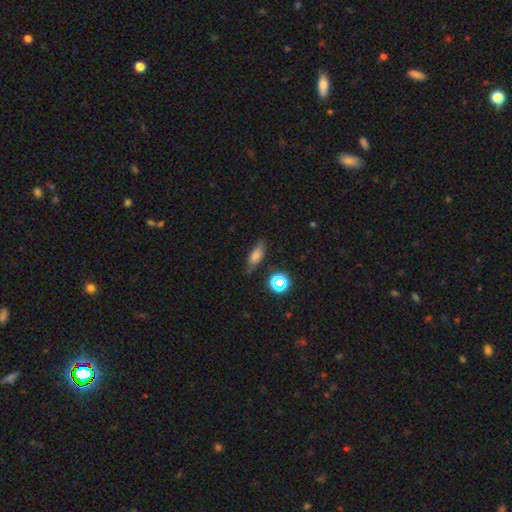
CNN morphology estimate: Smooth or featured: smooth — 70% (featured or disk — 16%)
How rounded: in between — 73% (cigar-shaped — 20%)
Merging: none — 67% (minor disturbance — 24%)